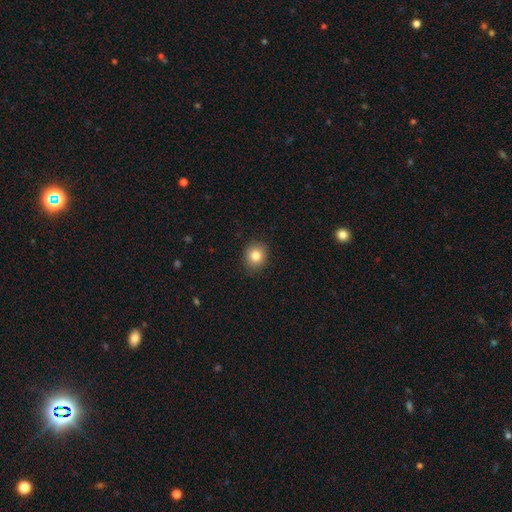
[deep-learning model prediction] Smooth or featured? Predicted: smooth (p=0.83). How rounded? Predicted: round (p=0.77). Merging? Predicted: none (p=0.89).